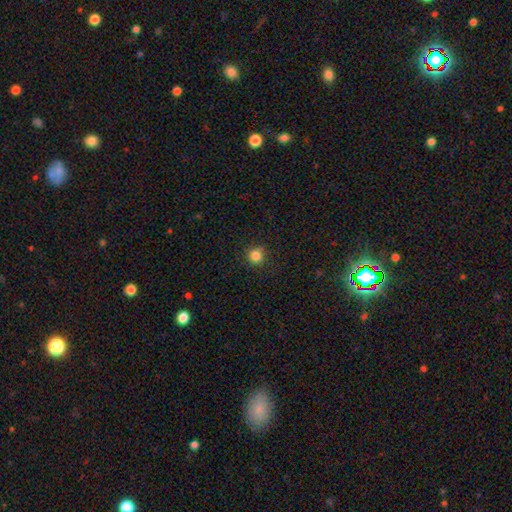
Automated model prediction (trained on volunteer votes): Smooth or featured?
  - smooth: 83% *
  - star or artifact: 12%
  - featured or disk: 4%
How rounded?
  - round: 94% *
  - in between: 6%
  - cigar-shaped: 1%
Merging?
  - none: 87% *
  - minor disturbance: 9%
  - major disturbance: 2%
  - merger: 1%